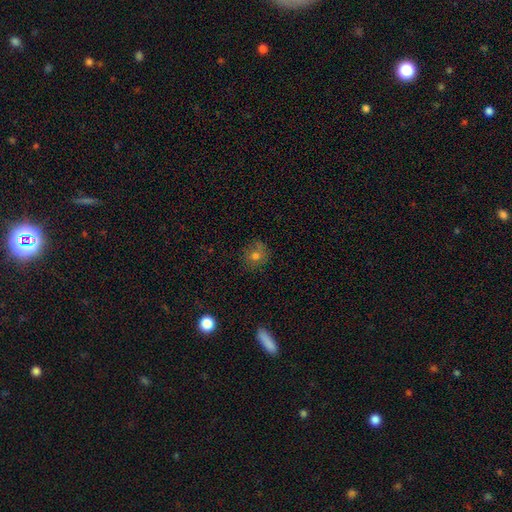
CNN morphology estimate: Smooth or featured? smooth (68%)
How rounded? round (83%)
Merging? none (75%)